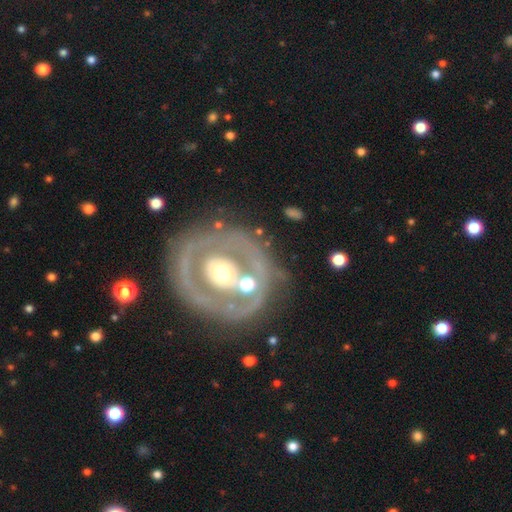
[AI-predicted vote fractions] The model was most divided on "spiral arms": no: 63%, yes: 37%. More confident: edge-on disk — no (95%); smooth or featured — featured or disk (77%); merging — none (70%); bar — no (66%); bulge size — moderate (66%).